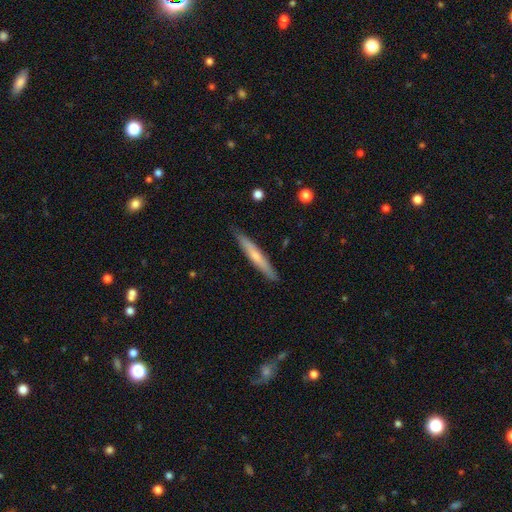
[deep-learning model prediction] The model was most divided on "smooth or featured": smooth: 53%, featured or disk: 41%, star or artifact: 6%. More confident: how rounded — cigar-shaped (95%); merging — none (88%).